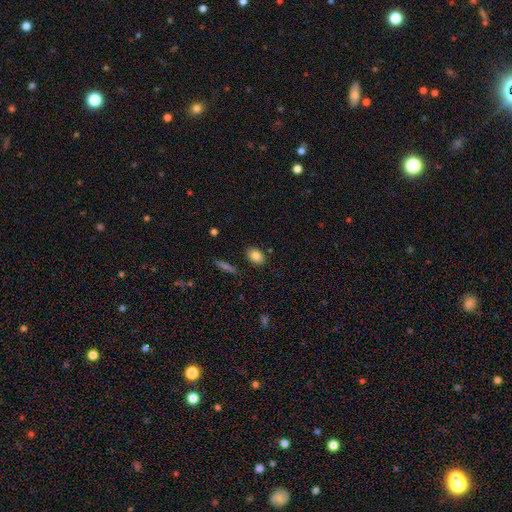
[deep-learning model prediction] This appears to be a smooth galaxy with no disk features (83%) that is in between round and cigar-shaped (74%). Merging: none (86%).